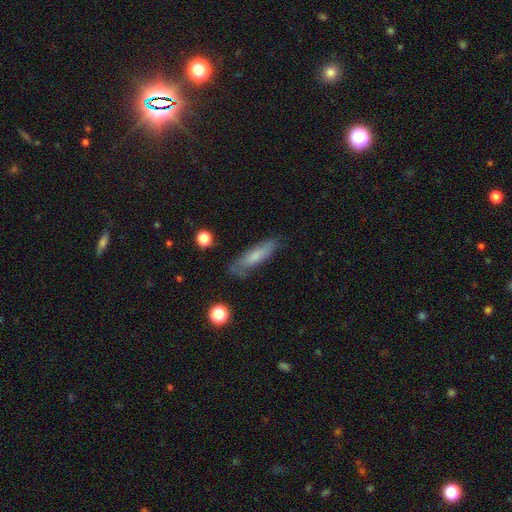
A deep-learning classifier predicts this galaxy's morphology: type=smooth (66%); roundness=cigar-shaped (68%); merging=none (73%).